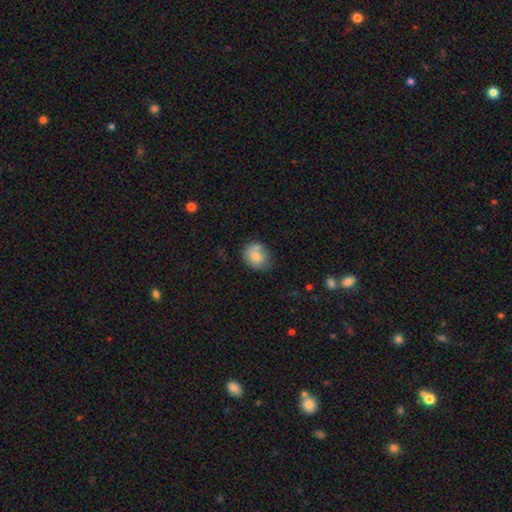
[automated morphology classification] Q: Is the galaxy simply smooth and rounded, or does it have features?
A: smooth — 78%.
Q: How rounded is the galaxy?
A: round — 59%.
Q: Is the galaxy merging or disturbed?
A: none — 61%.